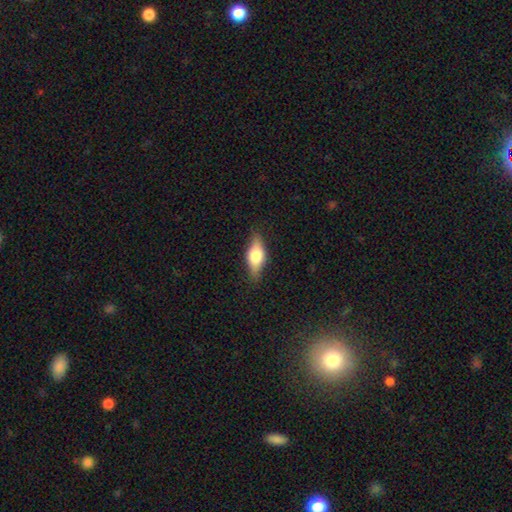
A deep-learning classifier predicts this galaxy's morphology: smooth_or_featured: smooth (p=0.58) [alt: featured or disk p=0.35]
how_rounded: in between (p=0.76) [alt: cigar-shaped p=0.19]
merging: none (p=0.81) [alt: minor disturbance p=0.15]